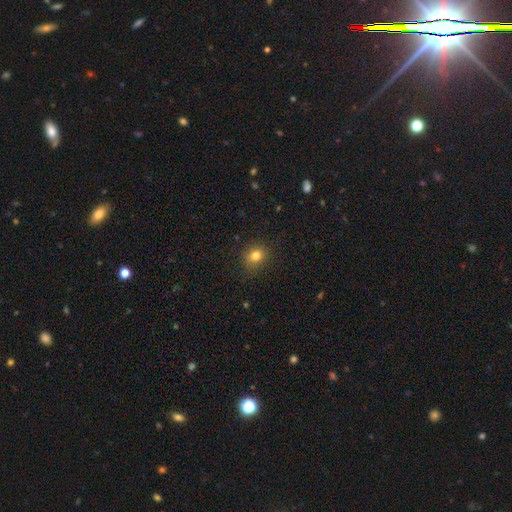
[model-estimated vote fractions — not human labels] Smooth or featured? Predicted: smooth (p=0.80). How rounded? Predicted: round (p=0.65). Merging? Predicted: none (p=0.86).